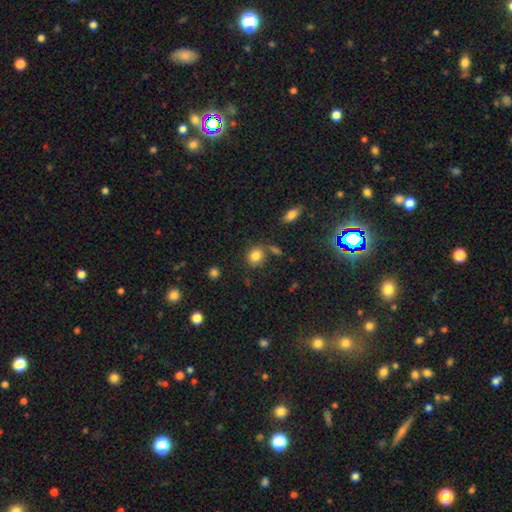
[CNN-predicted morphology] This appears to be a smooth galaxy with no disk features (84%) that is round (64%). Merging: none (72%).